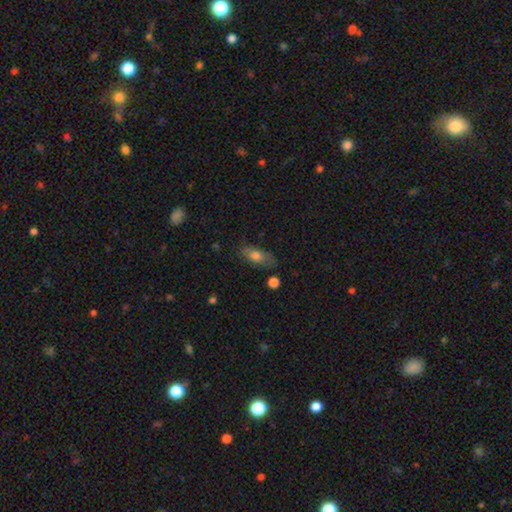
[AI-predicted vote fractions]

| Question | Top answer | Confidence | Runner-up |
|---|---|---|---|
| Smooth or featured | smooth | 65% | featured or disk (26%) |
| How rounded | in between | 81% | cigar-shaped (14%) |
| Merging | none | 72% | minor disturbance (19%) |